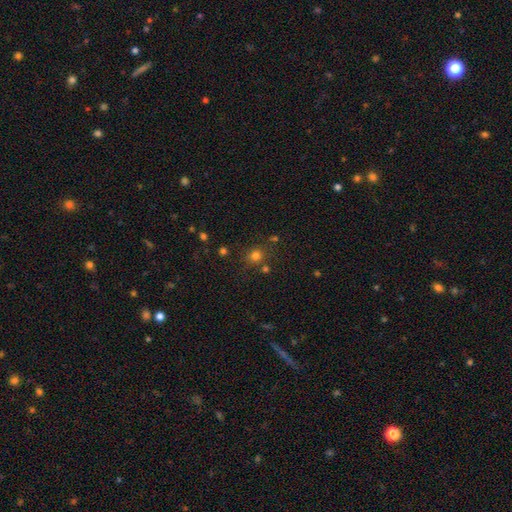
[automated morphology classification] Q: Smooth or featured?
A: smooth (74%); runner-up: star or artifact (19%)
Q: How rounded?
A: round (83%); runner-up: in between (16%)
Q: Merging?
A: none (76%); runner-up: minor disturbance (11%)